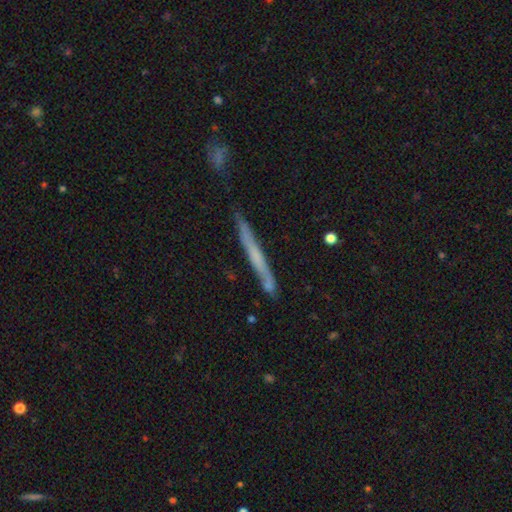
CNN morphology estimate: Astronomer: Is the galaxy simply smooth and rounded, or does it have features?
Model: featured or disk — 49% (runner-up: smooth, 44%).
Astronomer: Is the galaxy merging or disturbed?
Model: none — 79%.